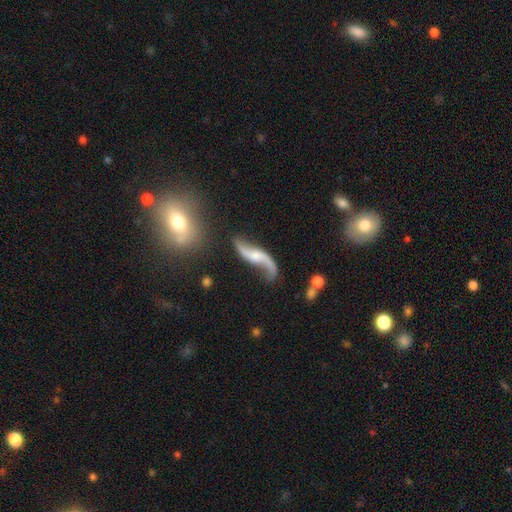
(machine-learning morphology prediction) Q: Smooth or featured?
A: featured or disk (88%); runner-up: smooth (7%)
Q: Edge-on disk?
A: no (92%); runner-up: yes (8%)
Q: Bar?
A: no (53%); runner-up: weak (35%)
Q: Spiral arms?
A: yes (95%); runner-up: no (5%)
Q: Spiral winding?
A: loose (94%); runner-up: medium (5%)
Q: Spiral arm count?
A: 2 (93%); runner-up: 1 (2%)
Q: Bulge size?
A: small (40%); runner-up: moderate (33%)
Q: Merging?
A: none (71%); runner-up: minor disturbance (16%)